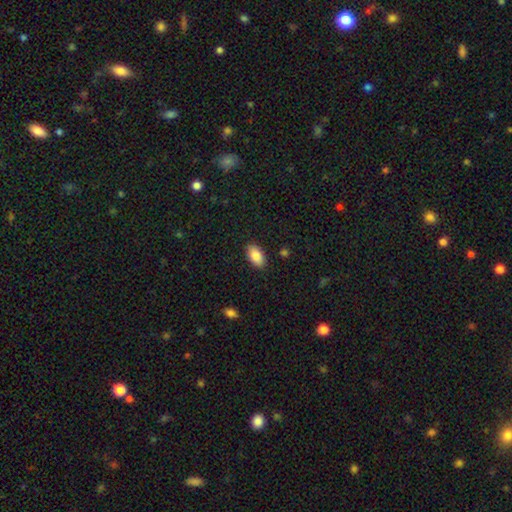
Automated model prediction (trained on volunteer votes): Smooth or featured?
  - smooth: 86% *
  - featured or disk: 7%
  - star or artifact: 7%
How rounded?
  - in between: 94% *
  - round: 4%
  - cigar-shaped: 2%
Merging?
  - none: 88% *
  - minor disturbance: 8%
  - major disturbance: 2%
  - merger: 1%